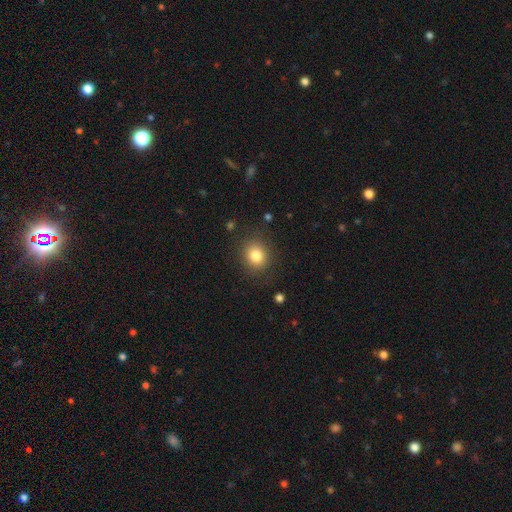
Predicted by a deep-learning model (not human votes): smooth 82%, star or artifact 11%, featured or disk 7%. Down the decision tree: how rounded — round (76%); merging — none (85%).